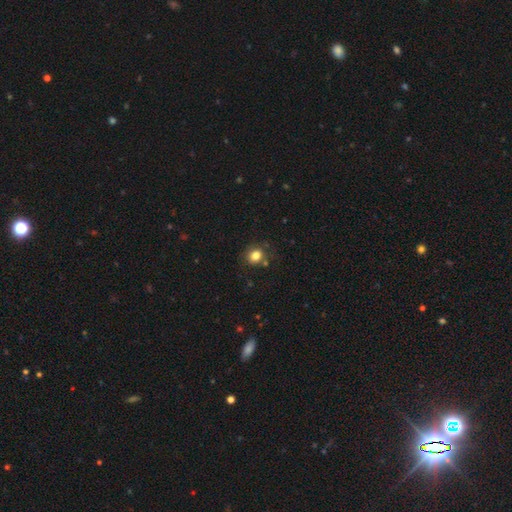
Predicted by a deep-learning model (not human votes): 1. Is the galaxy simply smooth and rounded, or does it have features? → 81% smooth, 12% star or artifact, 7% featured or disk.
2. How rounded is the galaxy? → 71% round, 28% in between, 1% cigar-shaped.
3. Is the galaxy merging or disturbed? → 75% none, 15% minor disturbance, 5% merger, 5% major disturbance.